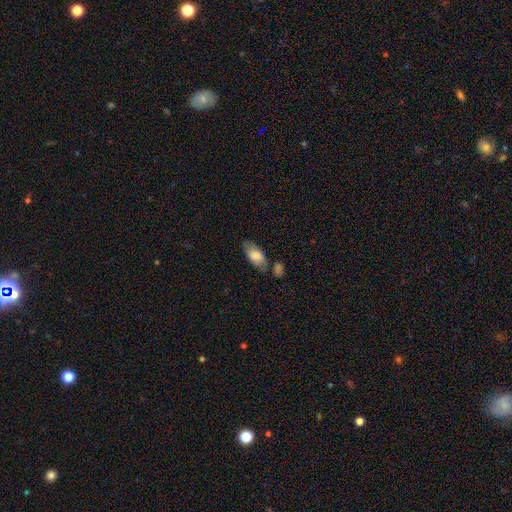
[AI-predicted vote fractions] This is likely a smooth galaxy (72%). How rounded: clearly in between (88%). Merging: likely none (64%).